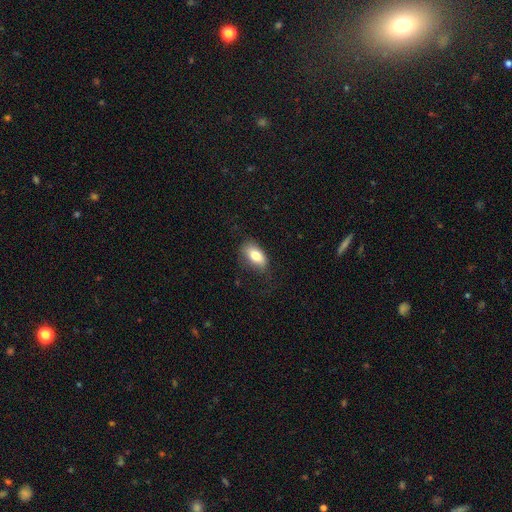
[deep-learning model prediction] smooth 79%, featured or disk 14%, star or artifact 8%. Down the decision tree: how rounded — in between (91%); merging — none (69%).